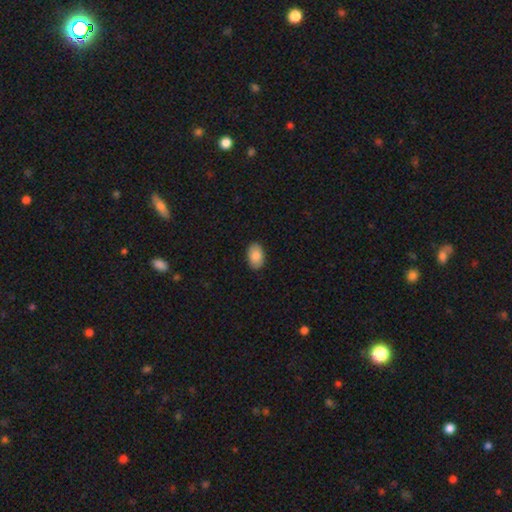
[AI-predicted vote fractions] Smooth or featured: smooth — 86% (featured or disk — 7%)
How rounded: in between — 89% (round — 10%)
Merging: none — 89% (minor disturbance — 8%)